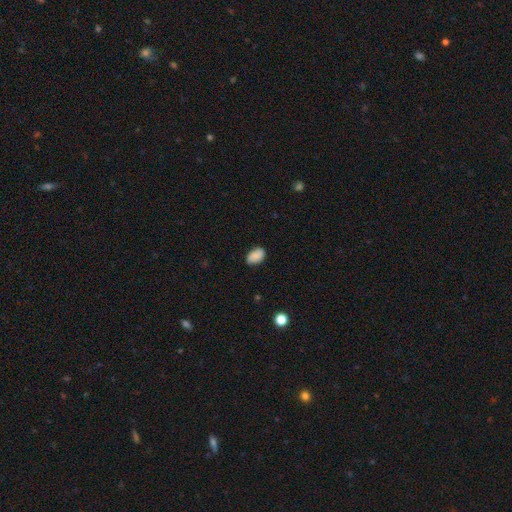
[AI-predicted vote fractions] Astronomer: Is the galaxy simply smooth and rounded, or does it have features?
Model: smooth — 86%.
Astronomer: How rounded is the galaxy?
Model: in between — 89%.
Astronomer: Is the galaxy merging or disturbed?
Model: none — 81%.